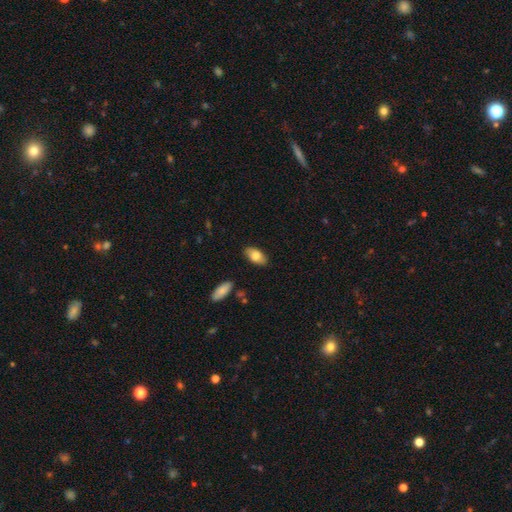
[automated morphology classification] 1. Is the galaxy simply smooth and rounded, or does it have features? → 80% smooth, 13% featured or disk, 6% star or artifact.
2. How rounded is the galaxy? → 93% in between, 4% cigar-shaped, 3% round.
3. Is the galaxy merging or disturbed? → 86% none, 11% minor disturbance, 2% major disturbance, 2% merger.